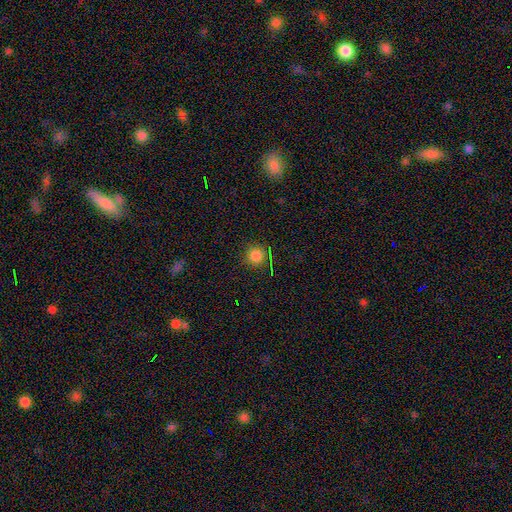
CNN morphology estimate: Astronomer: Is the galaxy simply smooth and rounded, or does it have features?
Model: smooth — 78%.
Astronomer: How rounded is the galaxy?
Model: round — 95%.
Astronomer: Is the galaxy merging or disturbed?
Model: none — 88%.